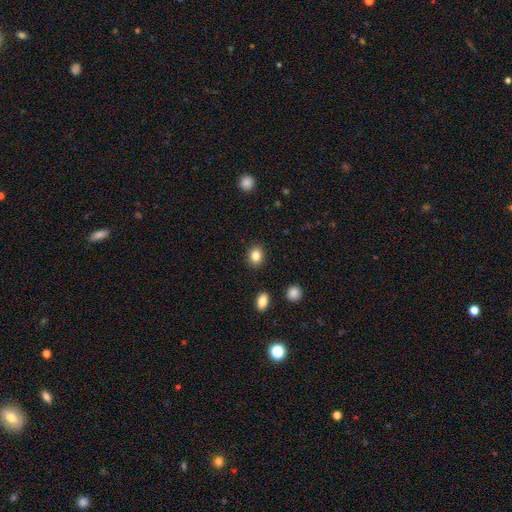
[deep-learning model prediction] smooth_or_featured: smooth (p=0.85) [alt: star or artifact p=0.10]
how_rounded: round (p=0.58) [alt: in between p=0.41]
merging: none (p=0.90) [alt: minor disturbance p=0.07]